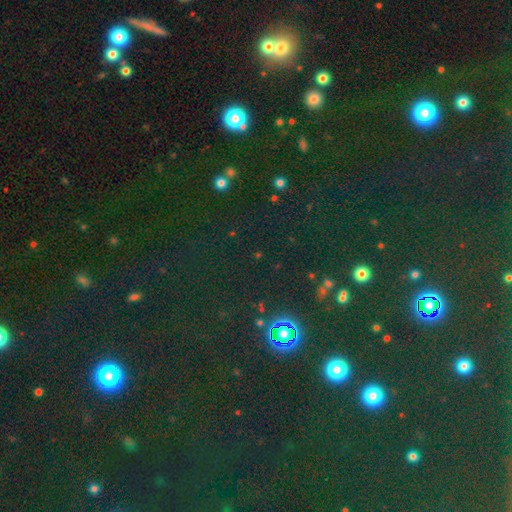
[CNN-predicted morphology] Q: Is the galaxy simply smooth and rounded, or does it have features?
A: star or artifact — 73%.